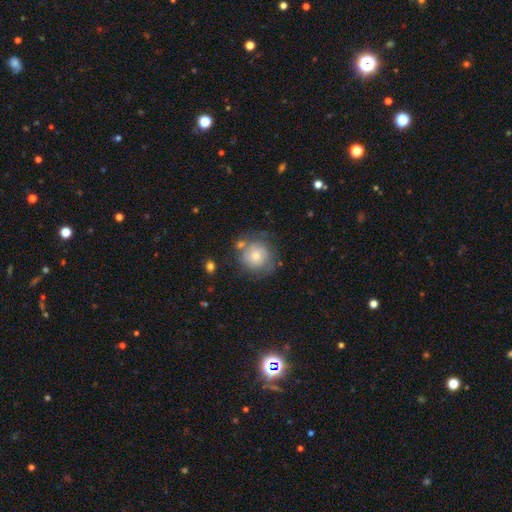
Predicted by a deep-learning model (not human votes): smooth 56%, featured or disk 35%, star or artifact 8%. Down the decision tree: how rounded — round (87%); merging — none (61%).